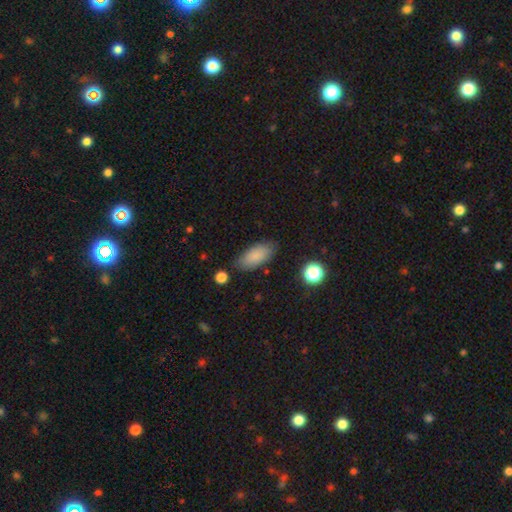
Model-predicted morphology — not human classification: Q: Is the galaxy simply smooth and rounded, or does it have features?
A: smooth — 86%.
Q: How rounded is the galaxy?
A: in between — 88%.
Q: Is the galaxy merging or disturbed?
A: none — 80%.